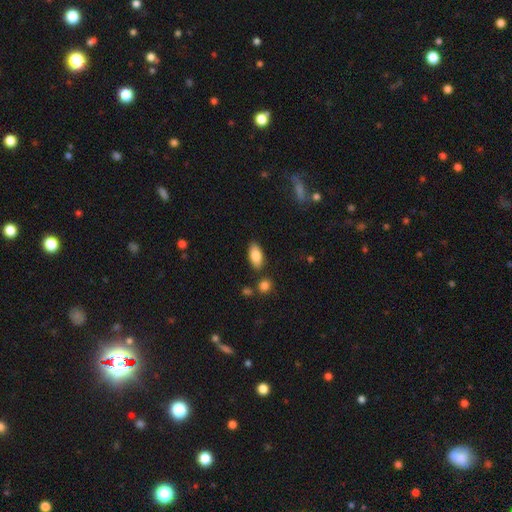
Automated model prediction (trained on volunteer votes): The model was most divided on "smooth or featured": smooth: 83%, featured or disk: 11%, star or artifact: 7%. More confident: how rounded — in between (90%); merging — none (84%).